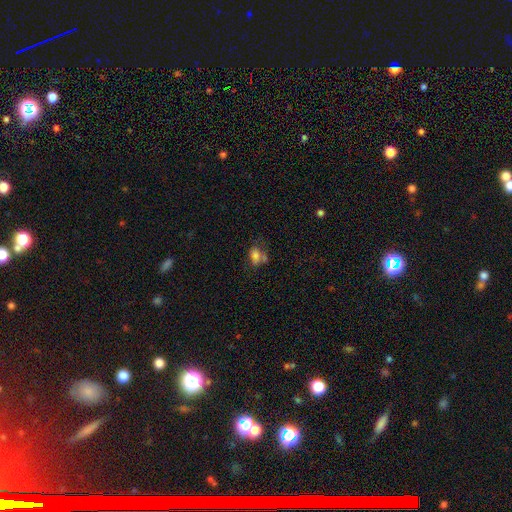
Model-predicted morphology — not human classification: The model was most divided on "merging" (2-way tie): none: 33%, merger: 33%, minor disturbance: 18%, major disturbance: 16%. More confident: how rounded — in between (75%); smooth or featured — smooth (63%).